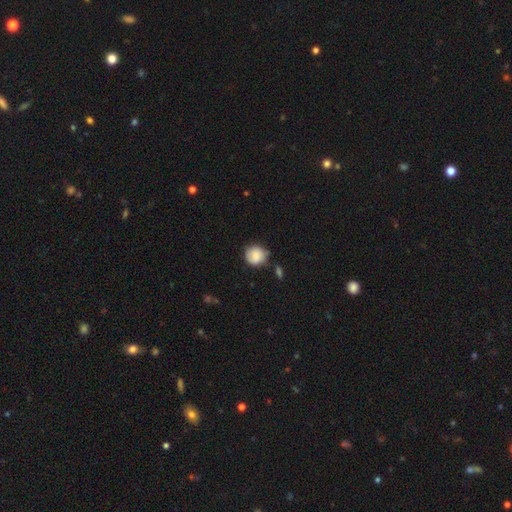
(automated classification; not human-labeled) Q: Smooth or featured?
A: smooth (82%); runner-up: featured or disk (10%)
Q: How rounded?
A: round (88%); runner-up: in between (11%)
Q: Merging?
A: none (65%); runner-up: minor disturbance (24%)